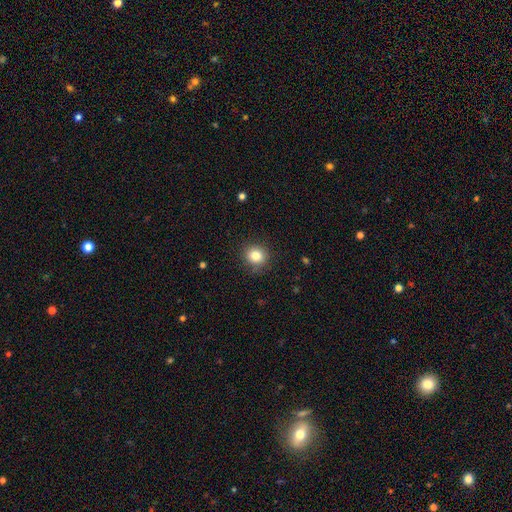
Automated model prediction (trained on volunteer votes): Smooth or featured? Predicted: smooth (p=0.82). How rounded? Predicted: round (p=0.88). Merging? Predicted: none (p=0.87).